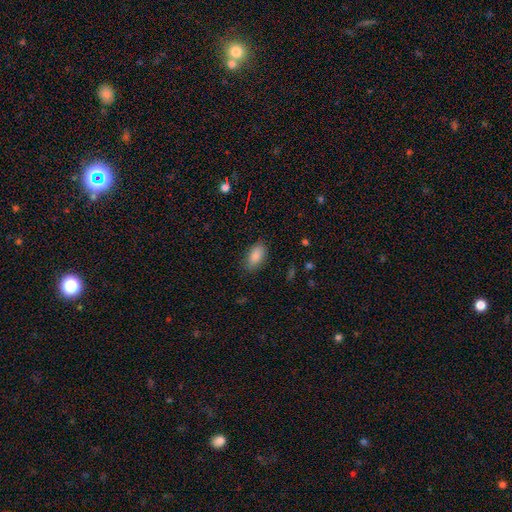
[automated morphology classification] smooth_or_featured: smooth (p=0.88) [alt: star or artifact p=0.08]
how_rounded: in between (p=0.91) [alt: cigar-shaped p=0.05]
merging: none (p=0.85) [alt: minor disturbance p=0.12]